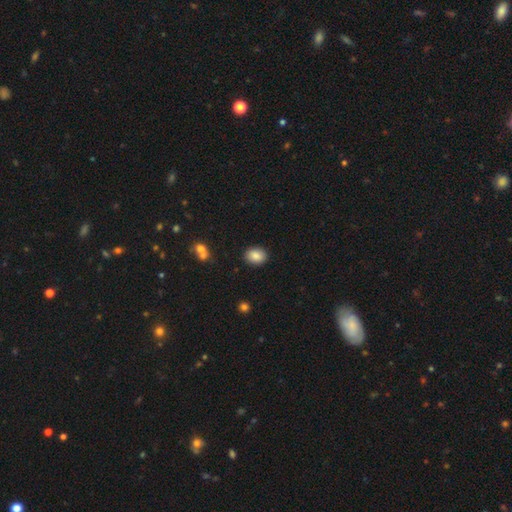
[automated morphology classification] A smooth galaxy with no disk features (86%) that is in between round and cigar-shaped (63%).

Vote fractions:
- Smooth or featured? smooth: 86% / star or artifact: 8% / featured or disk: 5%
- How rounded? in between: 63% / round: 36% / cigar-shaped: 1%
- Merging? none: 89% / minor disturbance: 7% / major disturbance: 2% / merger: 2%